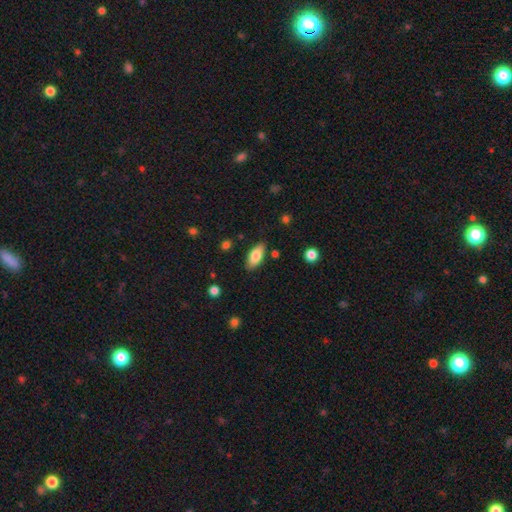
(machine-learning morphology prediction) Smooth or featured? Predicted: smooth (p=0.78). How rounded? Predicted: in between (p=0.86). Merging? Predicted: none (p=0.83).